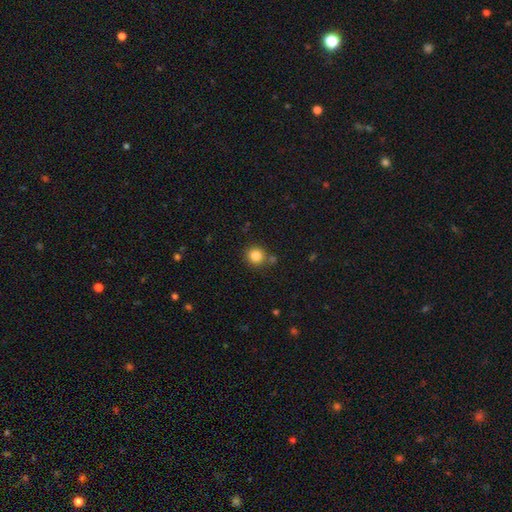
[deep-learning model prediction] Smooth or featured? Predicted: smooth (p=0.83). How rounded? Predicted: round (p=0.91). Merging? Predicted: none (p=0.79).